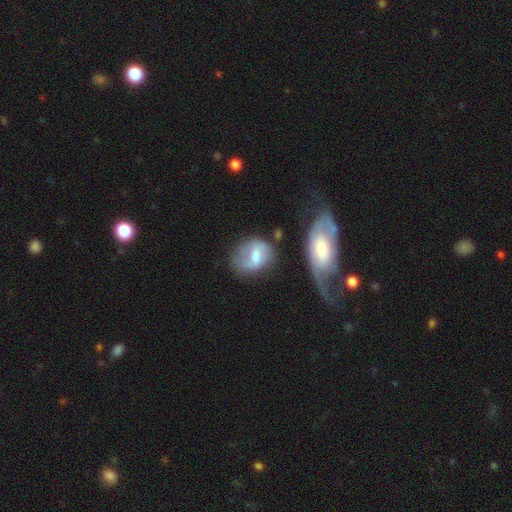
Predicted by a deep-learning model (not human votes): A smooth galaxy with no disk features (53%) that is in between round and cigar-shaped (66%).

Vote fractions:
- Smooth or featured? smooth: 53% / featured or disk: 40% / star or artifact: 8%
- How rounded? in between: 66% / round: 32% / cigar-shaped: 2%
- Merging? none: 47% / minor disturbance: 27% / major disturbance: 17% / merger: 10%